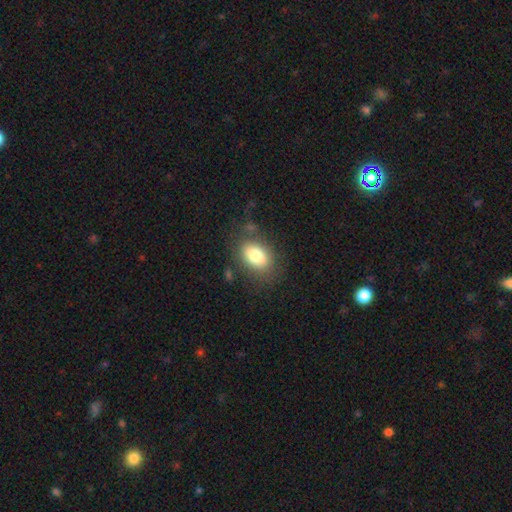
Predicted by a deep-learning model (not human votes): A smooth galaxy with no disk features (80%) that is in between round and cigar-shaped (81%). Merging: none (74%).